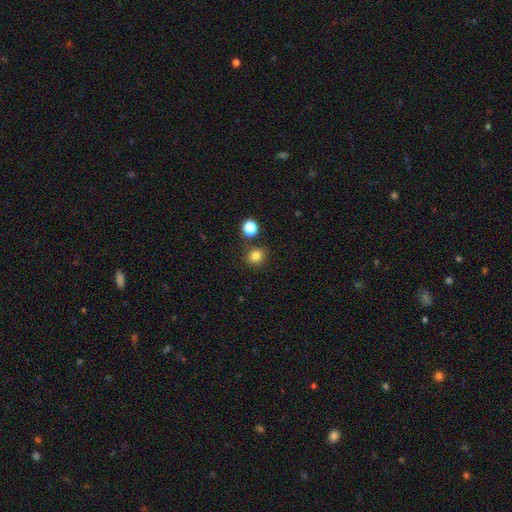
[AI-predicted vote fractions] The model was most divided on "how rounded": round: 81%, in between: 18%, cigar-shaped: 1%. More confident: smooth or featured — smooth (81%); merging — none (81%).